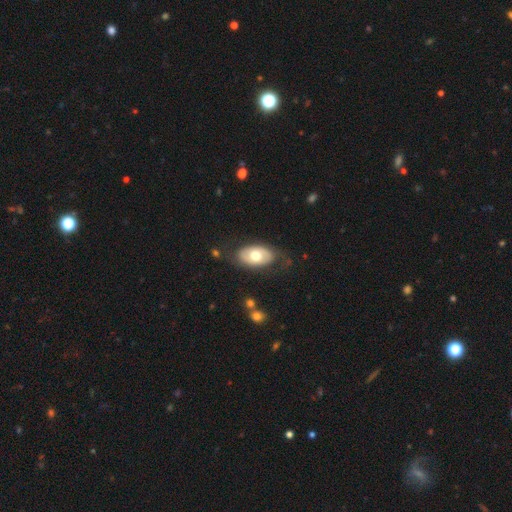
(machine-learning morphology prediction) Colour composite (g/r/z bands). It shows a smooth galaxy with no disk features (55%) that is in between round and cigar-shaped (92%). Merging: none (75%).